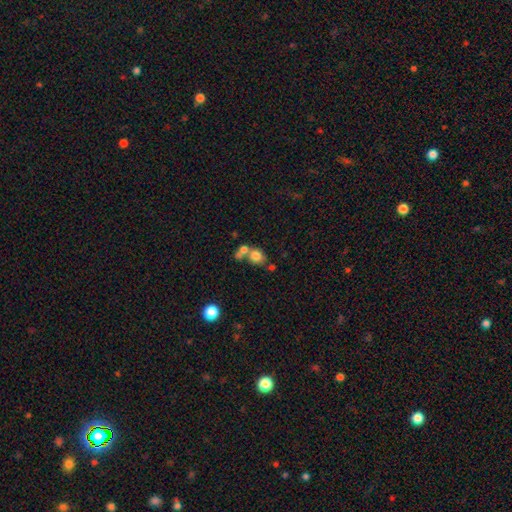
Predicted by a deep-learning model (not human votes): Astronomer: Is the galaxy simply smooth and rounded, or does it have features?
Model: smooth — 76%.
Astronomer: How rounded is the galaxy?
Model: round — 69%.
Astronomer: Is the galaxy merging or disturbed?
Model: merger — 47% (runner-up: none, 39%).